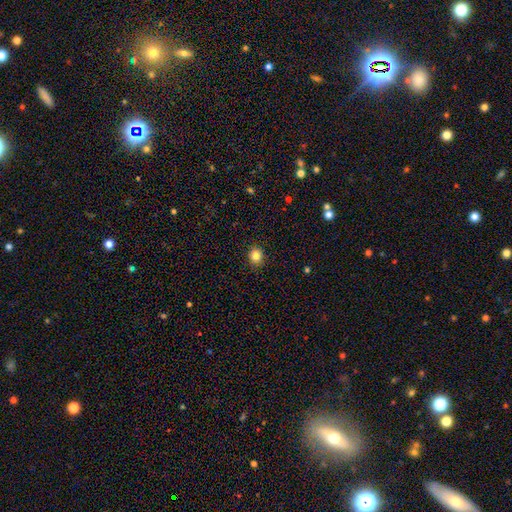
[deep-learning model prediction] Smooth or featured? smooth (84%)
How rounded? round (73%)
Merging? none (90%)